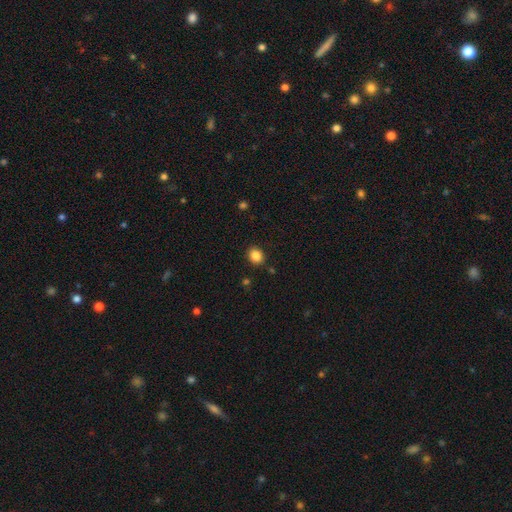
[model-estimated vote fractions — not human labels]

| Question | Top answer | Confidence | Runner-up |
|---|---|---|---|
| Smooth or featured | smooth | 86% | star or artifact (10%) |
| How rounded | round | 69% | in between (30%) |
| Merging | none | 89% | minor disturbance (7%) |